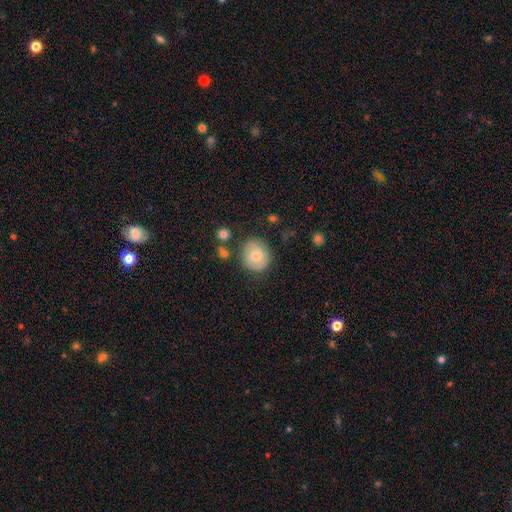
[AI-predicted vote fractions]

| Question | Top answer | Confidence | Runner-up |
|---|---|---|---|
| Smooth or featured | smooth | 71% | featured or disk (22%) |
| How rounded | round | 77% | in between (22%) |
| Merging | none | 77% | minor disturbance (15%) |